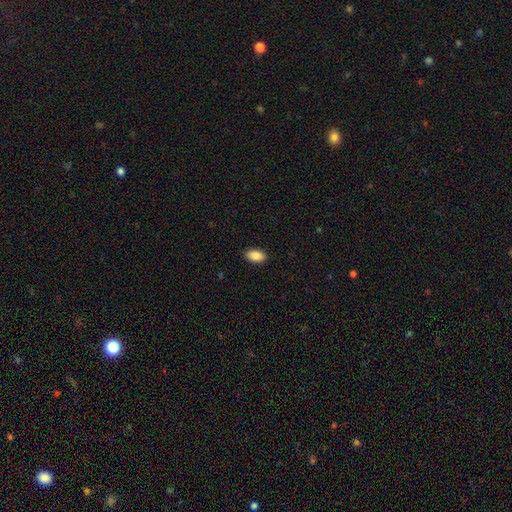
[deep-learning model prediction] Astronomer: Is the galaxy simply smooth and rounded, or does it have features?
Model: smooth — 89%.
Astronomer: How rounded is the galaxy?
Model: in between — 93%.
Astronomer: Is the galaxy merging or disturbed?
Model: none — 89%.